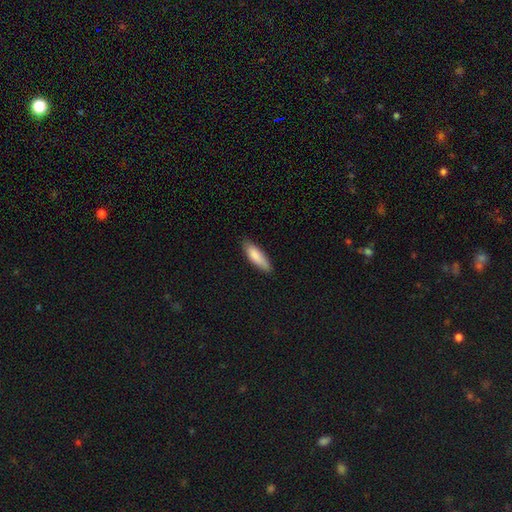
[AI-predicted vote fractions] A smooth galaxy with no disk features (85%) that is cigar-shaped (52%). Merging: none (81%).